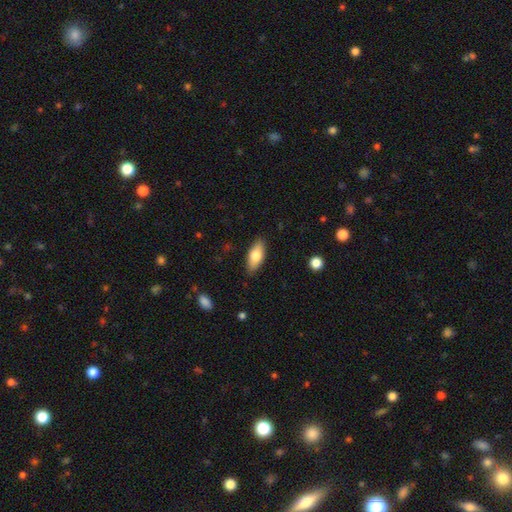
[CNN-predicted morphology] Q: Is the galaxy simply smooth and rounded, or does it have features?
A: smooth — 74%.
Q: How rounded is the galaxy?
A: in between — 82%.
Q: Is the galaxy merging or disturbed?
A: none — 87%.